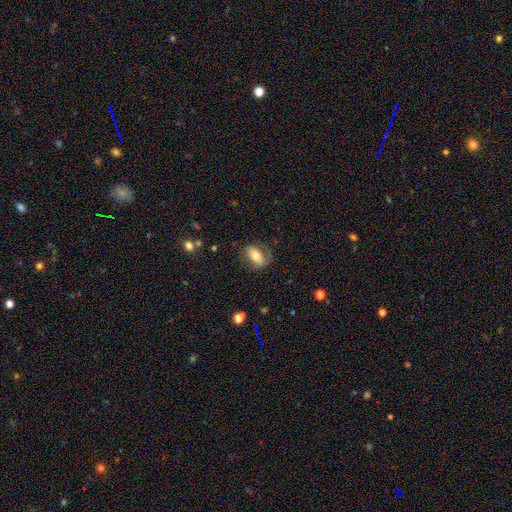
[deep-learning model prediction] smooth-or-featured: smooth: 52% | featured or disk: 40% | star or artifact: 8%
  how-rounded: in between: 85% | round: 10% | cigar-shaped: 5%
  merging: none: 62% | minor disturbance: 21% | major disturbance: 15% | merger: 2%